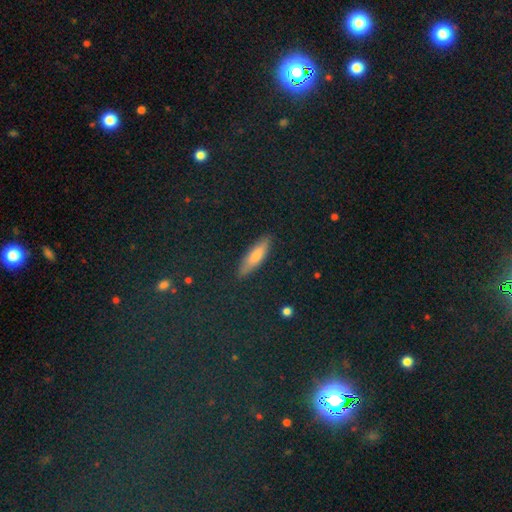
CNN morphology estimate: smooth-or-featured: smooth: 55% | featured or disk: 25% | star or artifact: 19%
  how-rounded: cigar-shaped: 66% | in between: 28% | round: 5%
  merging: none: 90% | minor disturbance: 7% | major disturbance: 2% | merger: 1%